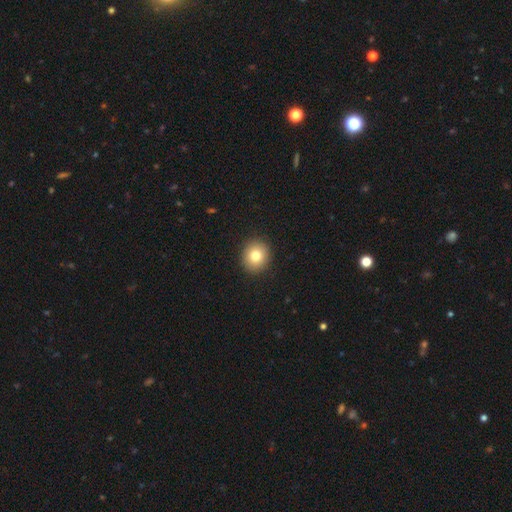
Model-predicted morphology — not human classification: smooth-or-featured: smooth: 80% | star or artifact: 10% | featured or disk: 10%
  how-rounded: round: 83% | in between: 16% | cigar-shaped: 1%
  merging: none: 92% | minor disturbance: 6% | major disturbance: 2% | merger: 1%